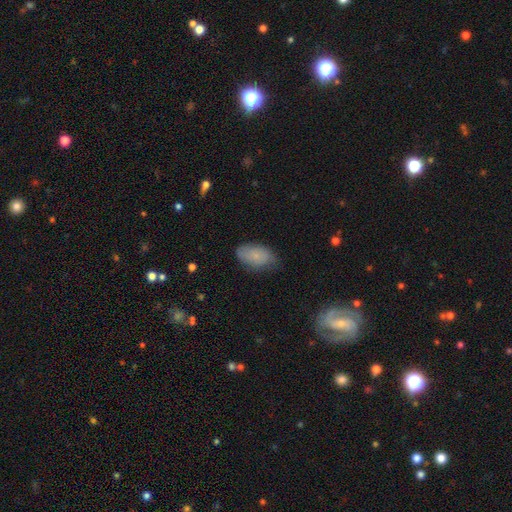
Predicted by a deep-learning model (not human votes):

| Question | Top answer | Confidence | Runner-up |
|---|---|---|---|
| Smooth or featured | smooth | 76% | featured or disk (17%) |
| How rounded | in between | 93% | round (5%) |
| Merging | none | 66% | minor disturbance (27%) |